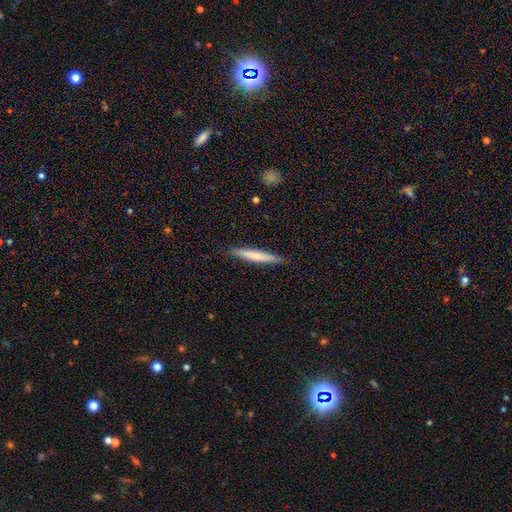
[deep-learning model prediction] The model was most divided on "smooth or featured": smooth: 64%, featured or disk: 31%, star or artifact: 6%. More confident: how rounded — cigar-shaped (93%); merging — none (89%).